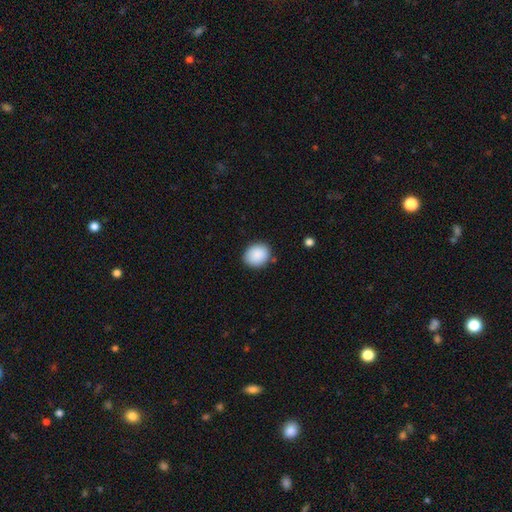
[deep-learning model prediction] Overall: smooth (89%). How rounded: round (61%; in between 38%). Merging: none (85%).